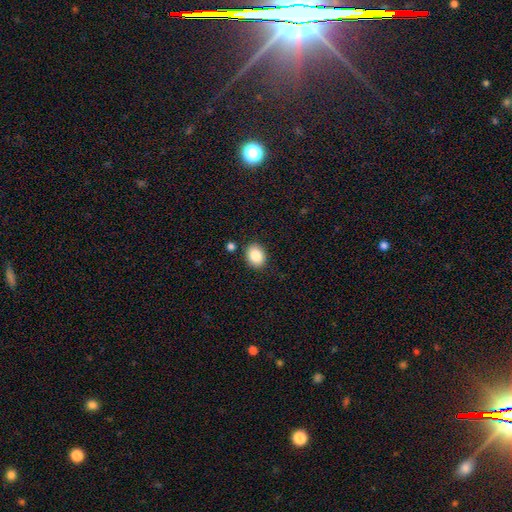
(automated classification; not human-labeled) Smooth or featured? smooth (87%)
How rounded? in between (53%)
Merging? none (86%)